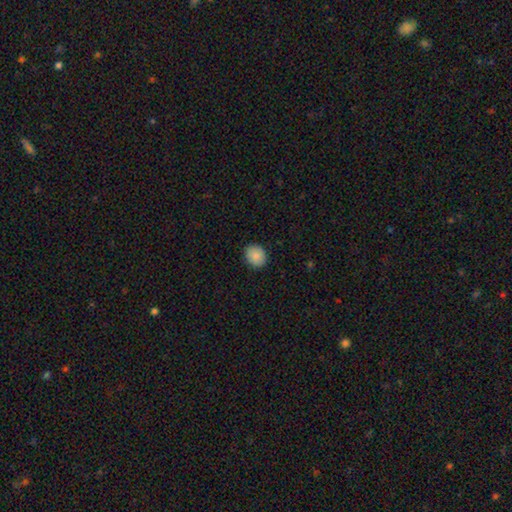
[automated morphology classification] Overall: smooth (88%). How rounded: round (71%). Merging: none (89%).